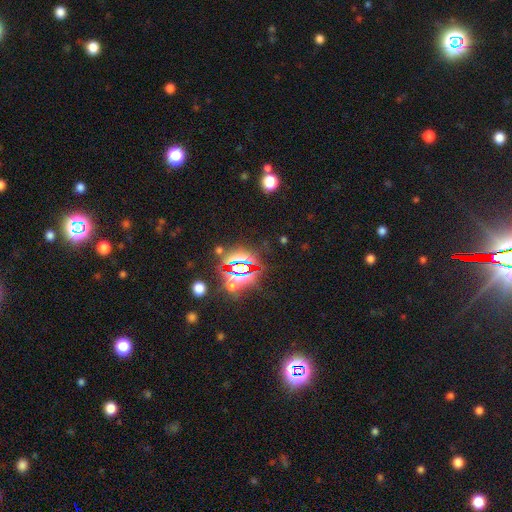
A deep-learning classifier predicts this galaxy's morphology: Smooth or featured?
  - star or artifact: 84% *
  - smooth: 9%
  - featured or disk: 7%